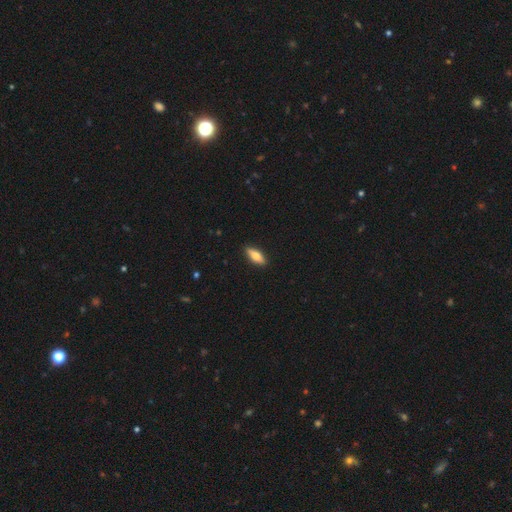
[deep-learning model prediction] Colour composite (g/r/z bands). It shows a smooth galaxy with no disk features (69%) that is in between round and cigar-shaped (67%). Merging: none (89%).